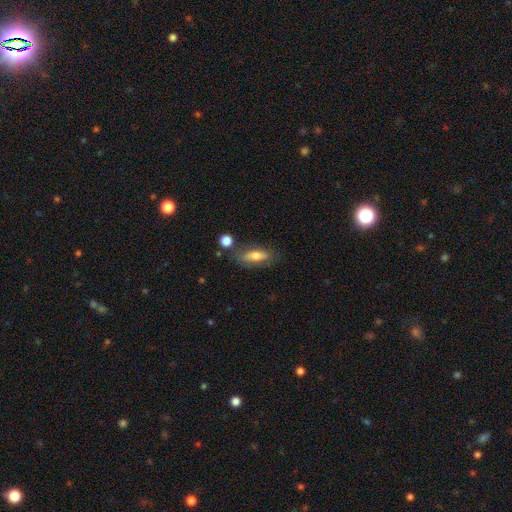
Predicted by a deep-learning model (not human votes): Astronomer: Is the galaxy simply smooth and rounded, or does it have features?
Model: smooth — 63%.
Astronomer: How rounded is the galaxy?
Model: in between — 67%.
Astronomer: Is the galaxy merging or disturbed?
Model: none — 71%.